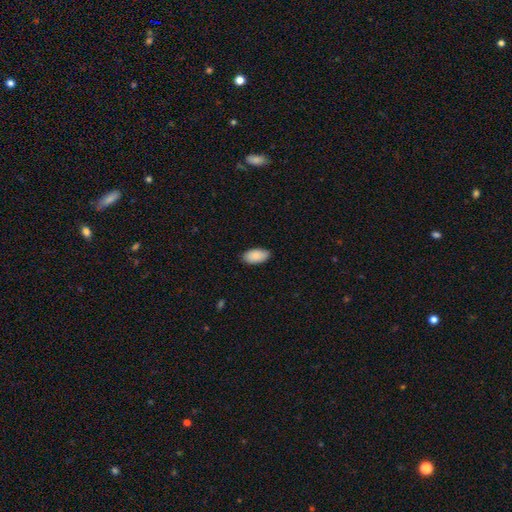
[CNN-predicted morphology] Q: Smooth or featured?
A: smooth (89%); runner-up: star or artifact (6%)
Q: How rounded?
A: in between (95%); runner-up: cigar-shaped (2%)
Q: Merging?
A: none (86%); runner-up: minor disturbance (11%)